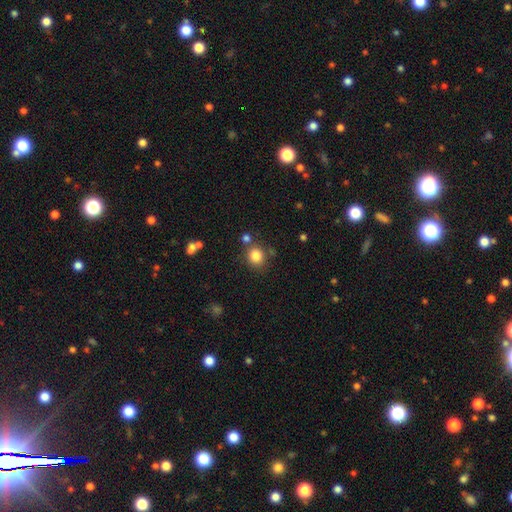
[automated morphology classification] Smooth or featured? smooth (83%)
How rounded? round (83%)
Merging? none (75%)